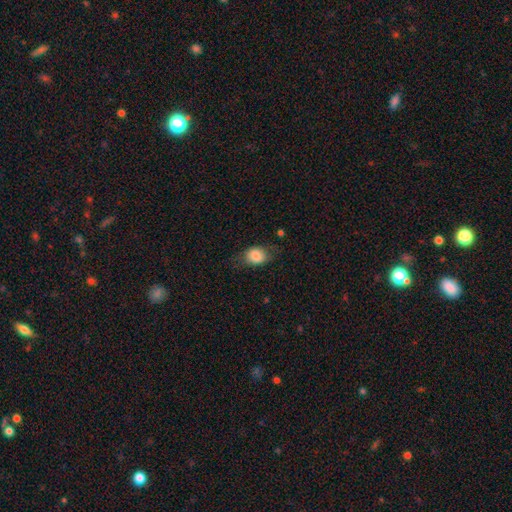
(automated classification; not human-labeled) Smooth or featured?
  - smooth: 81% *
  - featured or disk: 11%
  - star or artifact: 8%
How rounded?
  - in between: 58% *
  - round: 41%
  - cigar-shaped: 1%
Merging?
  - none: 66% *
  - minor disturbance: 22%
  - major disturbance: 10%
  - merger: 1%